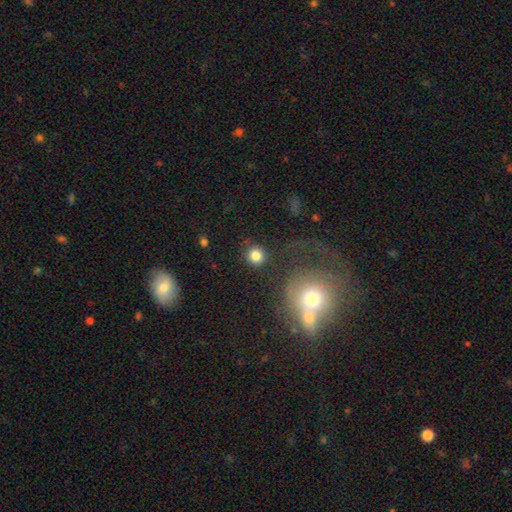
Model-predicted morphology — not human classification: smooth-or-featured: smooth: 82% | star or artifact: 11% | featured or disk: 7%
  how-rounded: round: 91% | in between: 8% | cigar-shaped: 1%
  merging: none: 83% | minor disturbance: 8% | merger: 5% | major disturbance: 4%